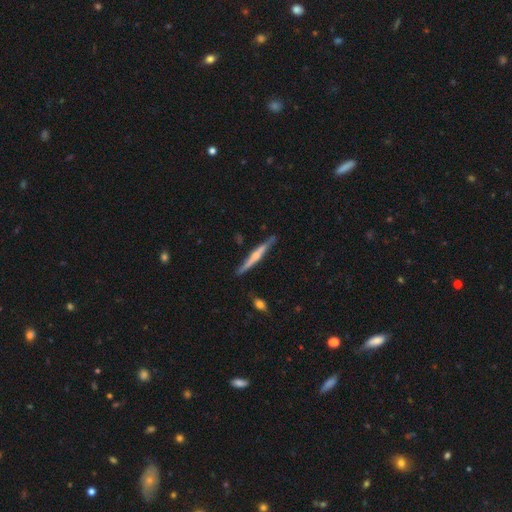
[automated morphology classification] This appears to be a featured or disk galaxy (65%) viewed edge-on (97%) with a rounded central bulge (70%). Merging: none (84%).